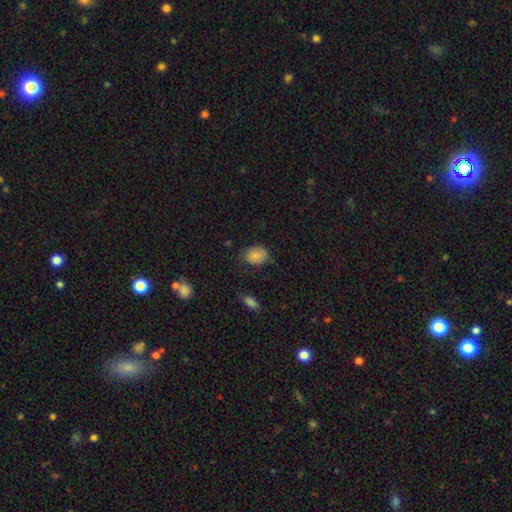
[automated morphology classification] A smooth galaxy with no disk features (85%) that is round (50%).

Vote fractions:
- Smooth or featured? smooth: 85% / star or artifact: 9% / featured or disk: 6%
- How rounded? round: 50% / in between: 49% / cigar-shaped: 1%
- Merging? none: 72% / minor disturbance: 22% / major disturbance: 4% / merger: 2%